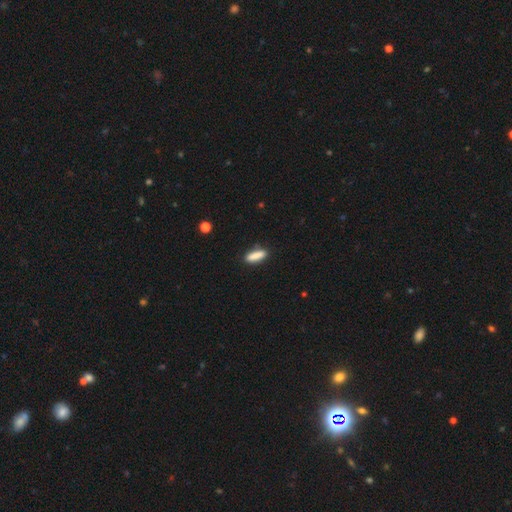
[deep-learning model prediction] Smooth or featured? smooth (86%)
How rounded? cigar-shaped (53%)
Merging? none (85%)